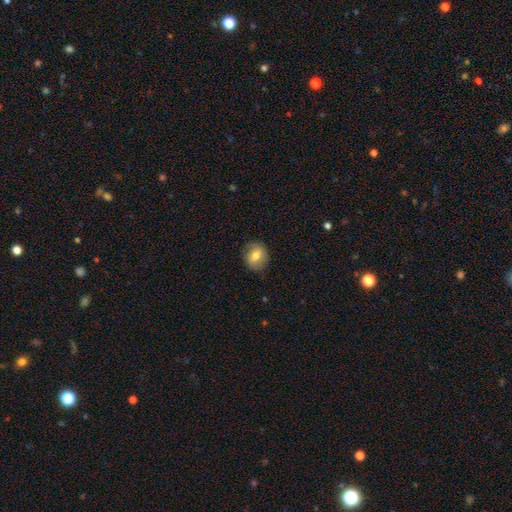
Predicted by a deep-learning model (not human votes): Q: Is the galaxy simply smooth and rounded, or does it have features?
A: smooth — 63%.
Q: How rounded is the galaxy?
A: round — 69%.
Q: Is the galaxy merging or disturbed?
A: none — 81%.